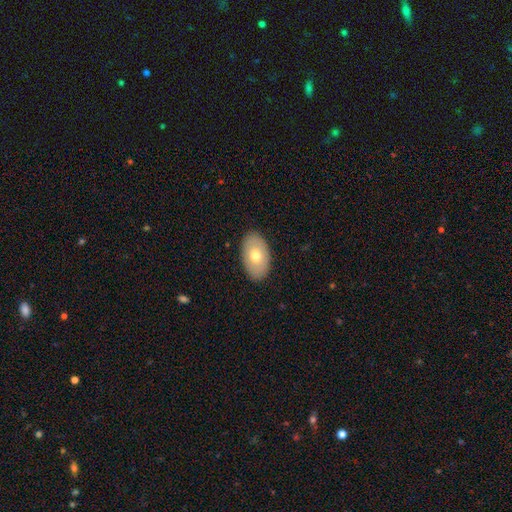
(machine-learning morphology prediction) Q: Smooth or featured?
A: smooth (69%); runner-up: featured or disk (25%)
Q: How rounded?
A: in between (93%); runner-up: round (6%)
Q: Merging?
A: none (89%); runner-up: minor disturbance (9%)